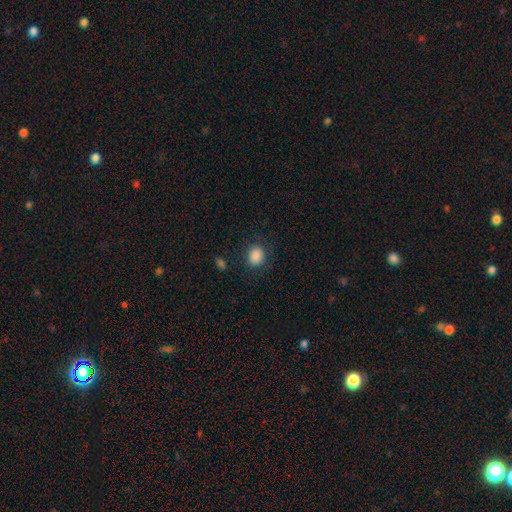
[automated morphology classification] Smooth or featured?
  - smooth: 88% *
  - star or artifact: 9%
  - featured or disk: 4%
How rounded?
  - round: 64% *
  - in between: 35%
  - cigar-shaped: 1%
Merging?
  - none: 83% *
  - minor disturbance: 11%
  - major disturbance: 5%
  - merger: 1%